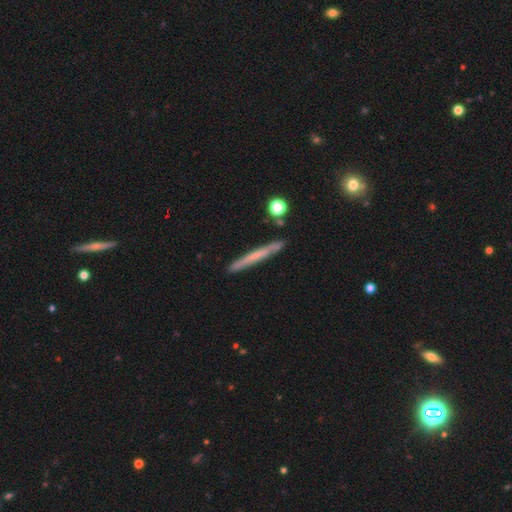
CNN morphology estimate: smooth_or_featured: smooth (p=0.49) [alt: featured or disk p=0.44]
merging: none (p=0.88) [alt: minor disturbance p=0.08]